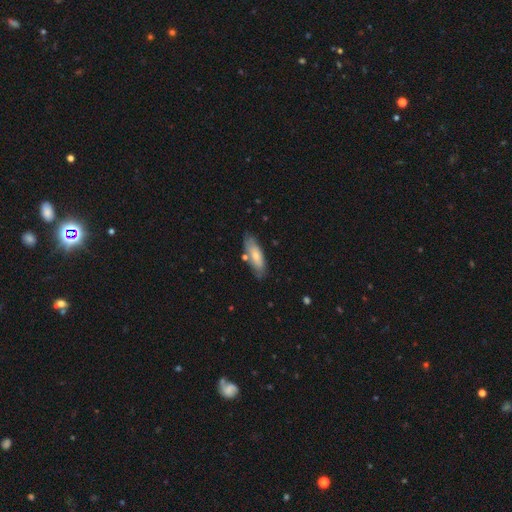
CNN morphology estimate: Q: Smooth or featured?
A: smooth (68%); runner-up: featured or disk (27%)
Q: How rounded?
A: in between (54%); runner-up: cigar-shaped (44%)
Q: Merging?
A: none (72%); runner-up: minor disturbance (18%)